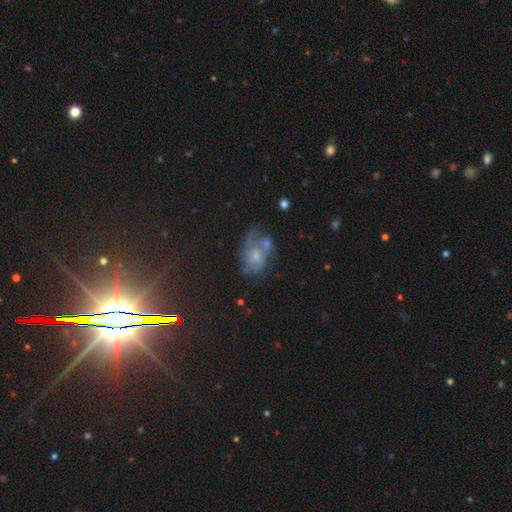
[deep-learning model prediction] Smooth or featured? featured or disk (51%)
Edge-on disk? no (96%)
Merging? none (37%)